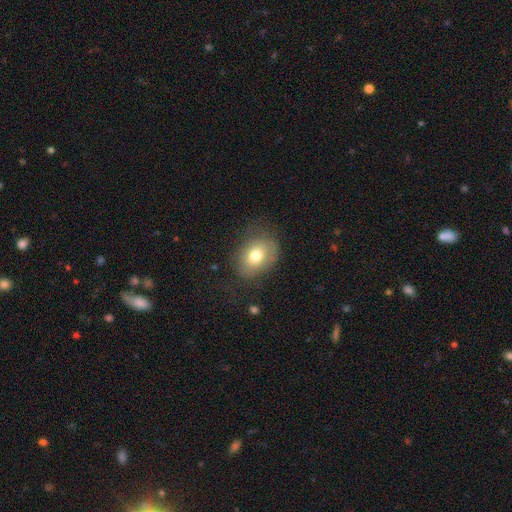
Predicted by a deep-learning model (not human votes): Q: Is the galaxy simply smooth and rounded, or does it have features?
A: smooth — 72%.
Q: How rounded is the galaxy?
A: in between — 67%.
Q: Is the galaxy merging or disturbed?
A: none — 68%.